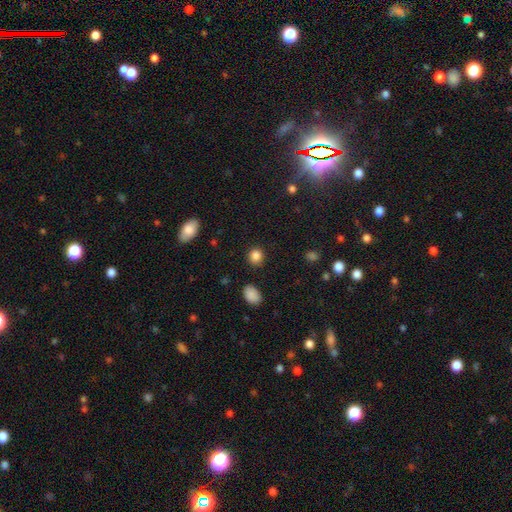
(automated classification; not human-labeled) This appears to be a smooth galaxy with no disk features (86%) that is round (78%). Merging: none (87%).